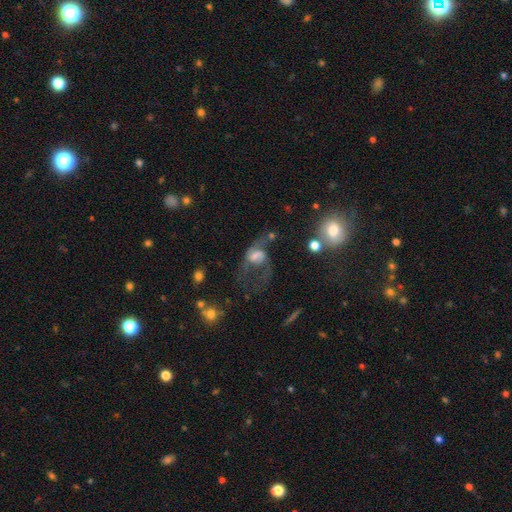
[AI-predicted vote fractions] featured or disk 54%, smooth 32%, star or artifact 14%. Down the decision tree: edge-on disk — no (95%); bar — no (54%); spiral arms — yes (61%); bulge size — moderate (36%); merging — major disturbance (49%).